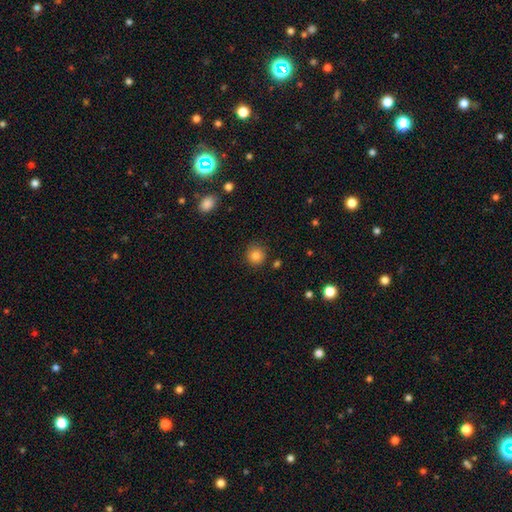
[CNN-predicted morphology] Overall: smooth (85%). How rounded: round (92%). Merging: none (86%).